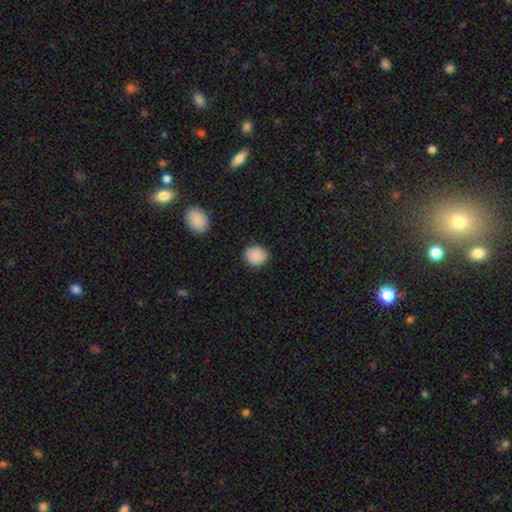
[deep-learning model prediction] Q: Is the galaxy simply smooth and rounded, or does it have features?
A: smooth — 89%.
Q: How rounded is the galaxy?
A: round — 79%.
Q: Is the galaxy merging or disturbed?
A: none — 89%.